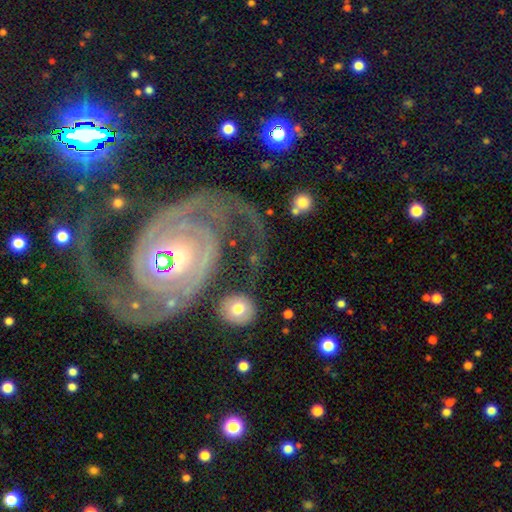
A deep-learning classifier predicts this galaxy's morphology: smooth-or-featured: featured or disk: 90% | star or artifact: 6% | smooth: 4%
  disk-edge-on: no: 98% | yes: 2%
    bar: no: 44% | weak: 37% | strong: 19%
    has-spiral-arms: yes: 98% | no: 2%
      spiral-winding: medium: 47% | tight: 41% | loose: 12%
      spiral-arm-count: 2: 89% | 3: 3% | can't tell: 3% | 1: 2% | 4: 2% | more than 4: 2%
    bulge-size: moderate: 53% | small: 36% | large: 7% | none: 2% | dominant: 2%
  merging: none: 66% | minor disturbance: 16% | major disturbance: 12% | merger: 7%